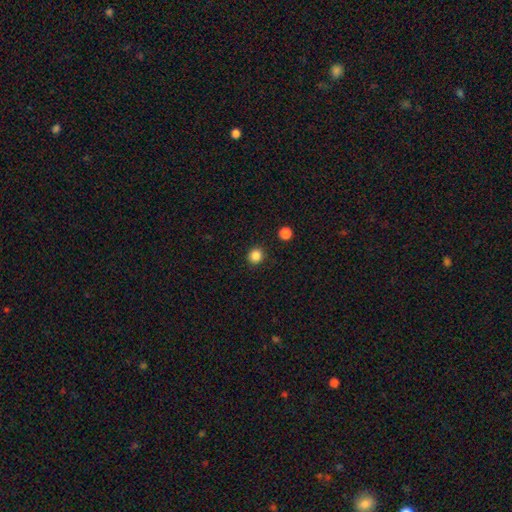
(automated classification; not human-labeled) The model was most divided on "smooth or featured": smooth: 86%, star or artifact: 11%, featured or disk: 3%. More confident: merging — none (91%); how rounded — round (90%).